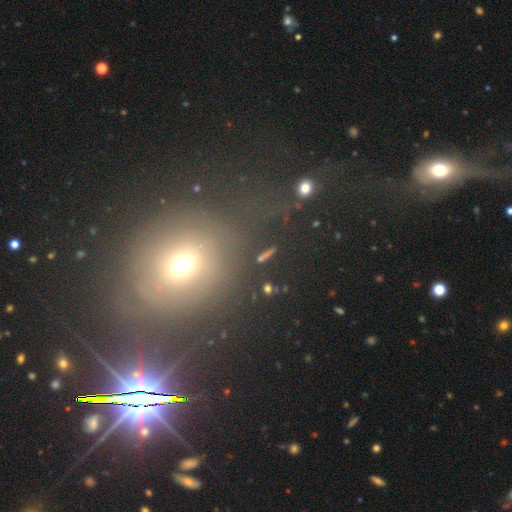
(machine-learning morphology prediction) A smooth galaxy with no disk features (47%).

Vote fractions:
- Smooth or featured? smooth: 47% / star or artifact: 35% / featured or disk: 18%
- Merging? none: 64% / major disturbance: 15% / minor disturbance: 14% / merger: 6%